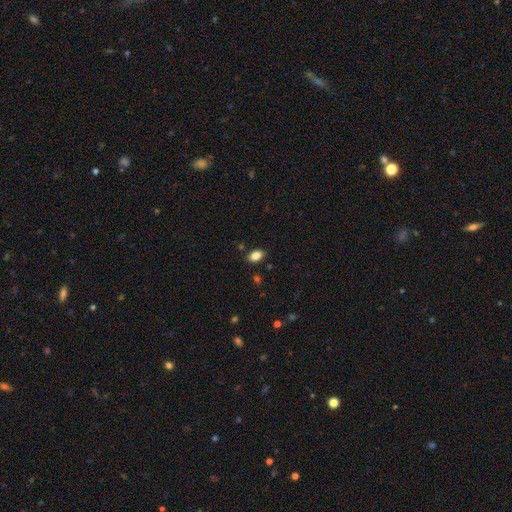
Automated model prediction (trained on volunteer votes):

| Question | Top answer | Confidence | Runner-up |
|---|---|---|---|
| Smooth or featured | smooth | 86% | star or artifact (9%) |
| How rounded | in between | 88% | round (11%) |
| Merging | none | 86% | minor disturbance (10%) |